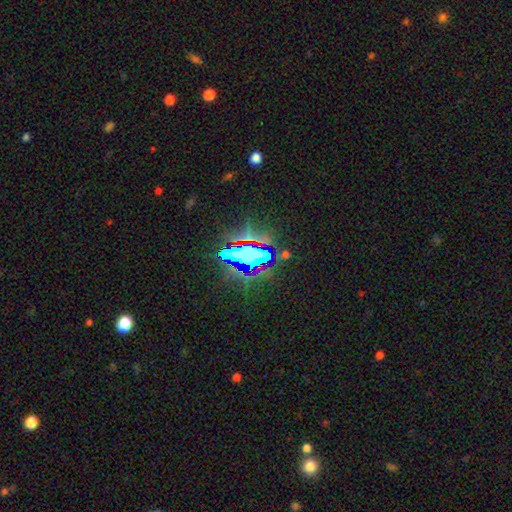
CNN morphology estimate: A star or artifact, not a galaxy (70%).